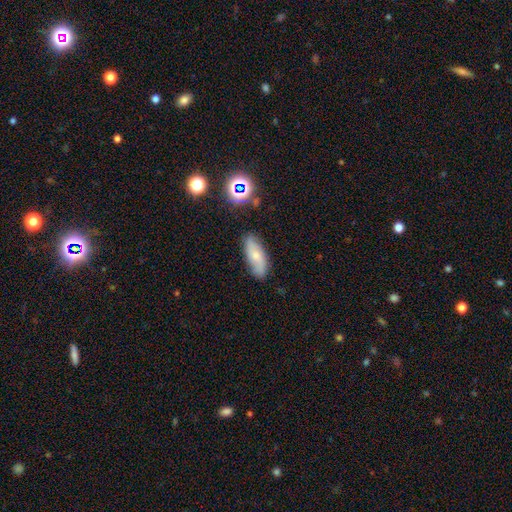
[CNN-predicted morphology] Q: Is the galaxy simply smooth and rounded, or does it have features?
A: smooth — 59%.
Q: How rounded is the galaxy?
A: in between — 70%.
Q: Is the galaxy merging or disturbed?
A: none — 78%.